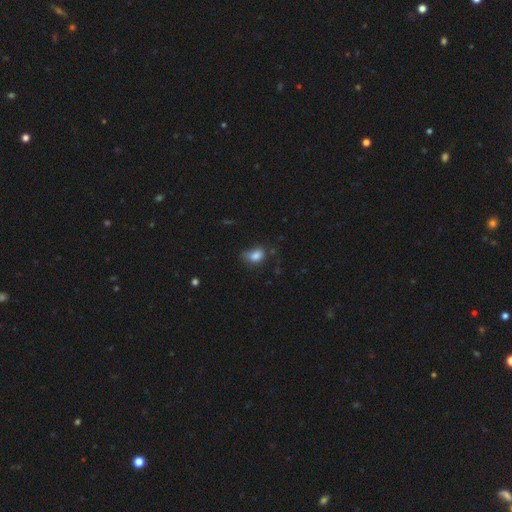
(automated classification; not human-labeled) Smooth or featured: smooth — 81% (star or artifact — 10%)
How rounded: in between — 67% (round — 32%)
Merging: none — 46% (minor disturbance — 35%)